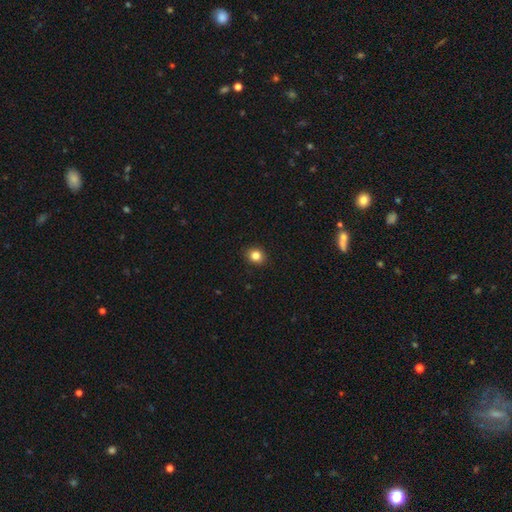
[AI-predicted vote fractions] This appears to be a smooth galaxy with no disk features (83%) that is round (74%). Merging: none (91%).